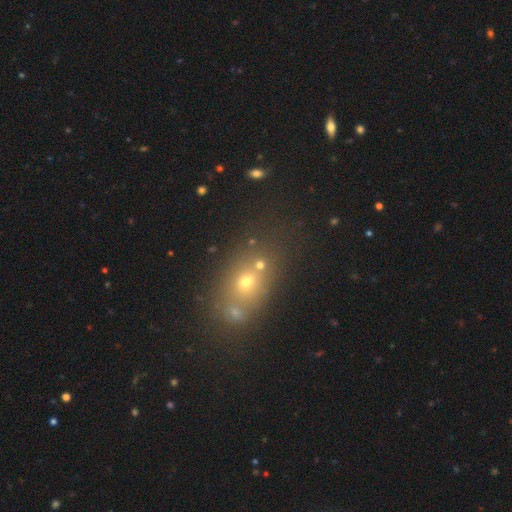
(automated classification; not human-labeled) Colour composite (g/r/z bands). It shows a smooth galaxy with no disk features (43%). Merging: none (46%).